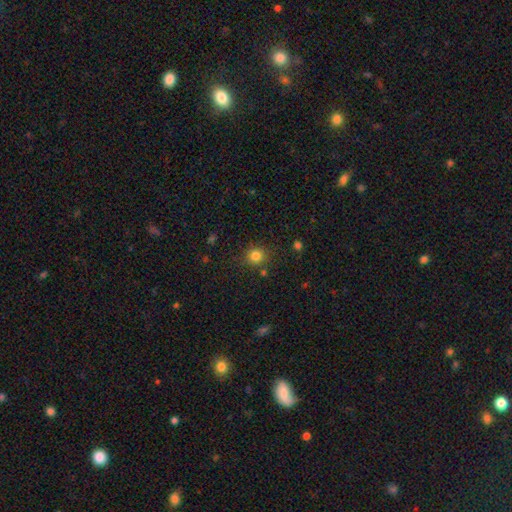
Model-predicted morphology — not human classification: smooth_or_featured: smooth (p=0.81) [alt: star or artifact p=0.13]
how_rounded: round (p=0.86) [alt: in between p=0.13]
merging: none (p=0.82) [alt: minor disturbance p=0.10]